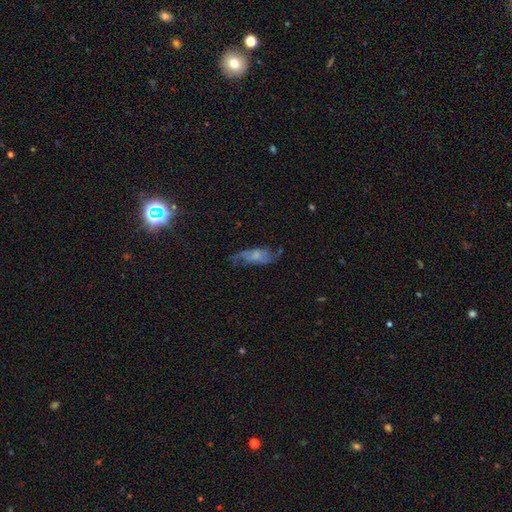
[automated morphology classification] type=featured or disk (54%); edge-on=no (85%); merging=none (48%).